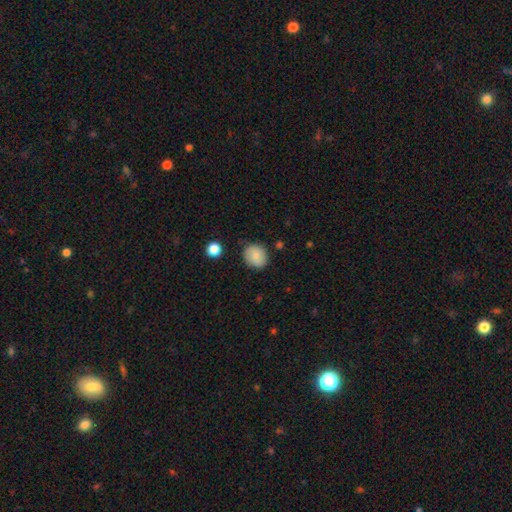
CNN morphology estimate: smooth 84%, star or artifact 8%, featured or disk 8%. Down the decision tree: how rounded — round (69%); merging — none (80%).